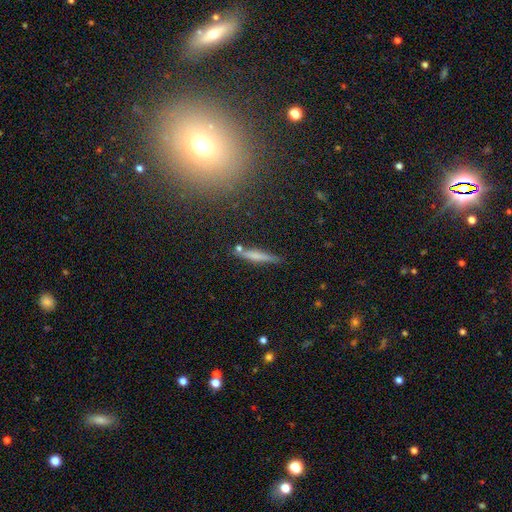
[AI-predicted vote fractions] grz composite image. It shows a smooth galaxy with no disk features (59%) that is cigar-shaped (91%). Merging: none (76%).